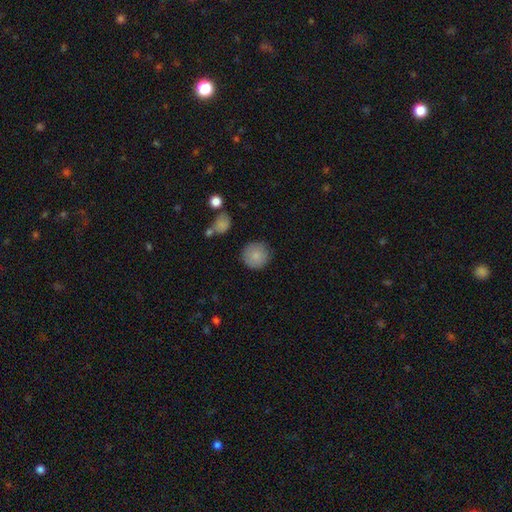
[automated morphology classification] Overall: smooth (86%). How rounded: round (94%). Merging: none (86%).